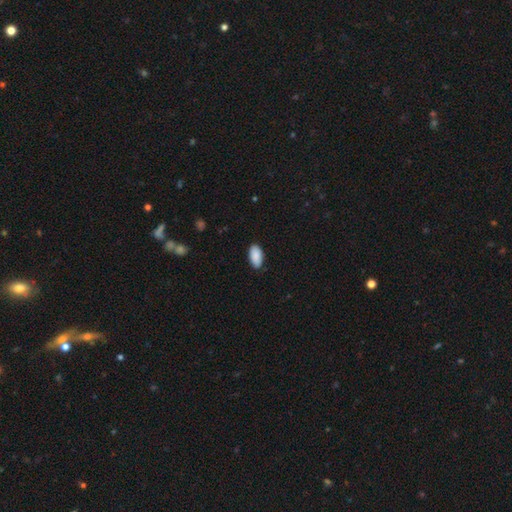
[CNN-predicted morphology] smooth_or_featured: smooth (p=0.90) [alt: star or artifact p=0.06]
how_rounded: in between (p=0.95) [alt: cigar-shaped p=0.02]
merging: none (p=0.85) [alt: minor disturbance p=0.12]